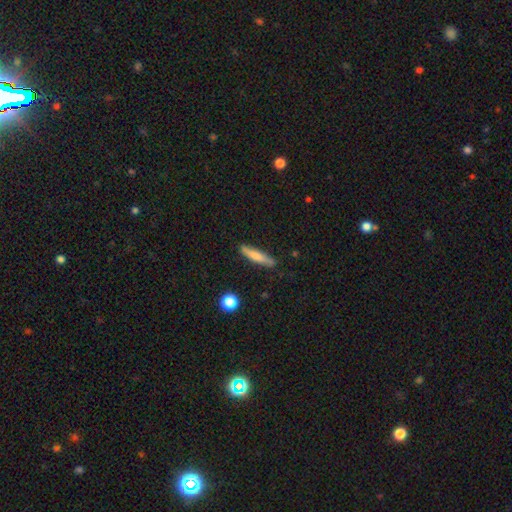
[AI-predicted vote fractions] Overall: smooth (71%). How rounded: cigar-shaped (87%). Merging: none (84%).